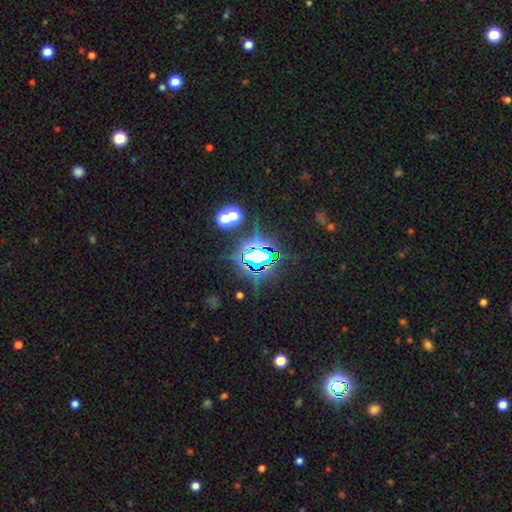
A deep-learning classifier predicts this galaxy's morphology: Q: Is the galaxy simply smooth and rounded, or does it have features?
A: star or artifact — 77%.